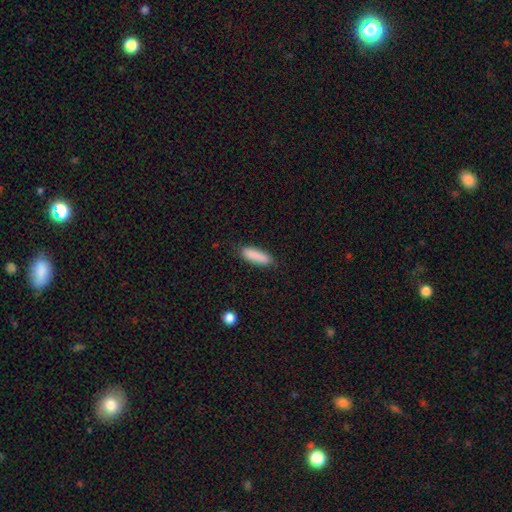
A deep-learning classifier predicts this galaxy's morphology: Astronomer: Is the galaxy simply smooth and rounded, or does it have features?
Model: smooth — 88%.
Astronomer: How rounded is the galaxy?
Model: cigar-shaped — 57% (runner-up: in between, 41%).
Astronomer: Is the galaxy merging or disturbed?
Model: none — 83%.